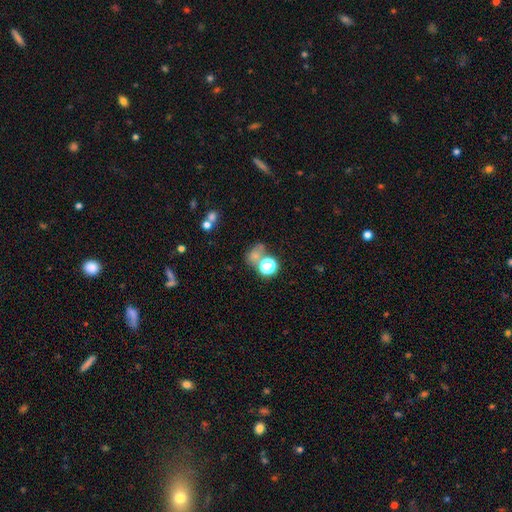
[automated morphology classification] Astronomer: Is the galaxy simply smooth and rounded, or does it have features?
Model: smooth — 58%.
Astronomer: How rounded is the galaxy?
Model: round — 61% (runner-up: in between, 37%).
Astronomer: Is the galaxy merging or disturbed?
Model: none — 43% (runner-up: merger, 31%).